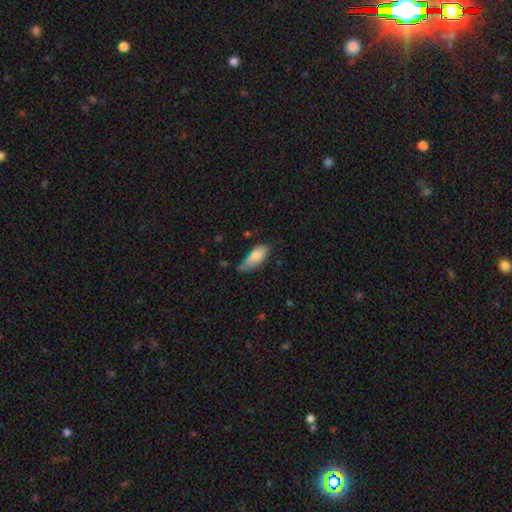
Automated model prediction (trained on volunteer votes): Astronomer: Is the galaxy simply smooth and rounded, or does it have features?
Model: smooth — 78%.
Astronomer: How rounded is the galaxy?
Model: in between — 81%.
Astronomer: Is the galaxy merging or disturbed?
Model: none — 45% (runner-up: minor disturbance, 40%).